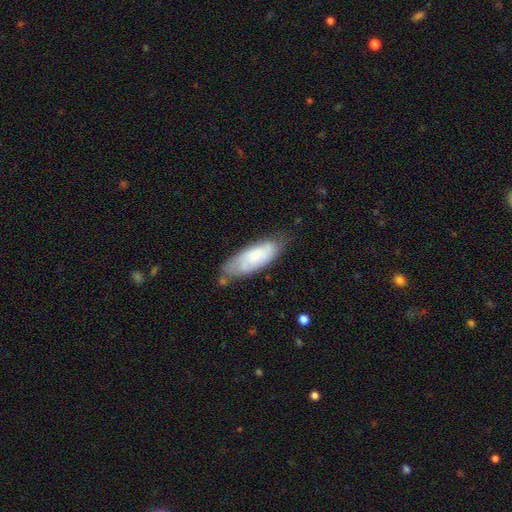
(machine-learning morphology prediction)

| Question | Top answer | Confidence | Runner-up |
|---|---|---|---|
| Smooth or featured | smooth | 61% | featured or disk (32%) |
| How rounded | in between | 65% | cigar-shaped (33%) |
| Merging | none | 61% | minor disturbance (29%) |